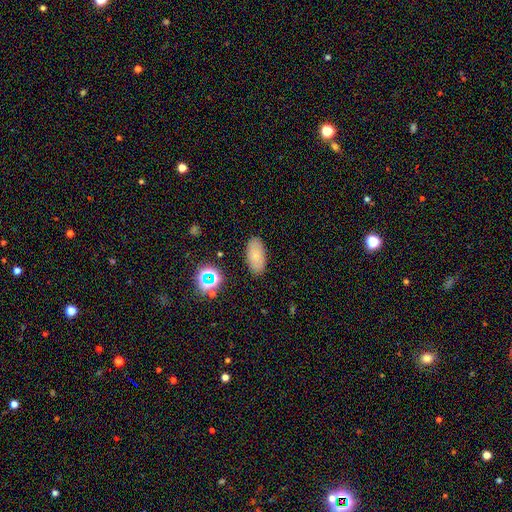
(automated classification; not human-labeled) smooth-or-featured: smooth: 71% | featured or disk: 18% | star or artifact: 11%
  how-rounded: in between: 91% | cigar-shaped: 5% | round: 4%
  merging: none: 86% | minor disturbance: 10% | major disturbance: 3% | merger: 2%